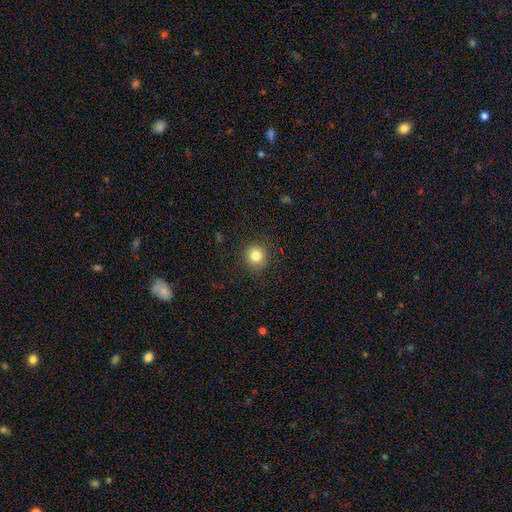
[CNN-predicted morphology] Q: Smooth or featured?
A: smooth (83%); runner-up: star or artifact (11%)
Q: How rounded?
A: round (90%); runner-up: in between (9%)
Q: Merging?
A: none (89%); runner-up: minor disturbance (7%)